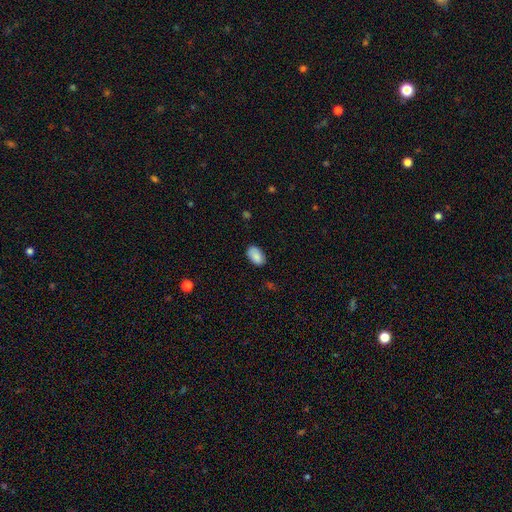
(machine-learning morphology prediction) Q: Smooth or featured?
A: smooth (87%); runner-up: star or artifact (7%)
Q: How rounded?
A: in between (94%); runner-up: round (5%)
Q: Merging?
A: none (80%); runner-up: minor disturbance (16%)